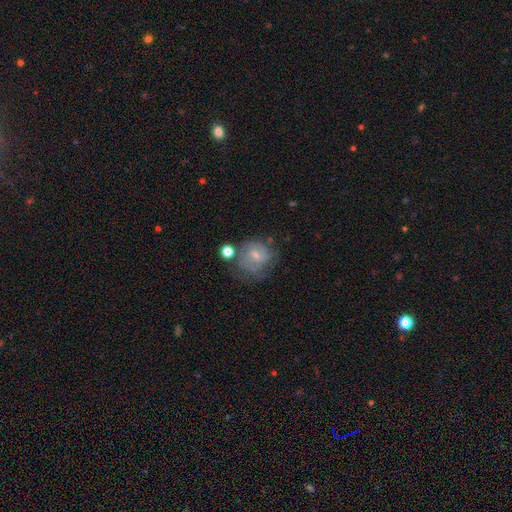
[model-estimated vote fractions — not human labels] Morphology: type=featured or disk (60%); edge-on=no (97%); bar=weak (47%); spiral arms=yes (80%); bulge=small (60%); merging=none (50%).